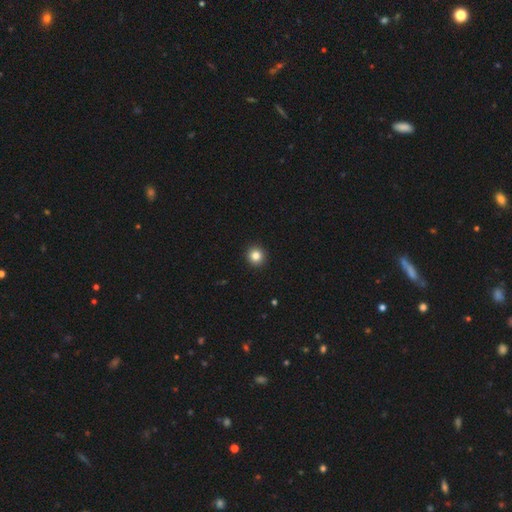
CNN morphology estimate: Smooth or featured: smooth — 83% (star or artifact — 11%)
How rounded: round — 95% (in between — 4%)
Merging: none — 94% (minor disturbance — 4%)